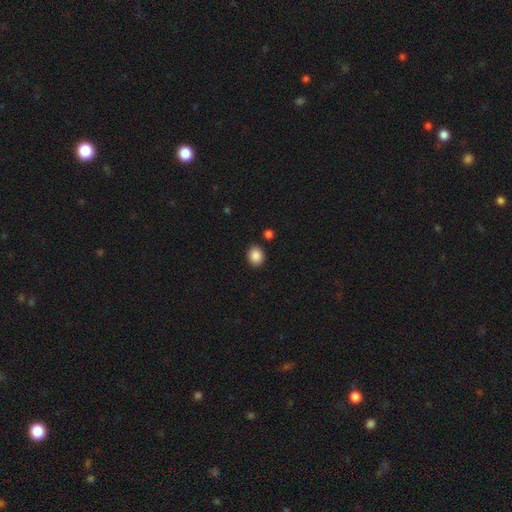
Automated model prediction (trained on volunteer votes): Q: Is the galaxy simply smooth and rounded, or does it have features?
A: smooth — 88%.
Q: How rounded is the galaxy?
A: round — 63%.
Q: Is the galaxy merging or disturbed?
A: none — 87%.